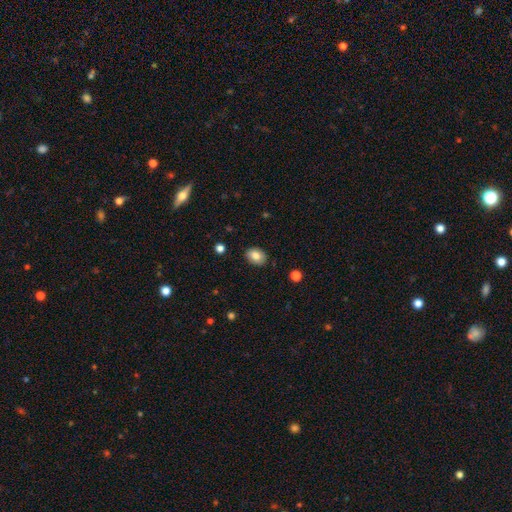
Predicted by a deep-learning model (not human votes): Smooth or featured: smooth — 83% (featured or disk — 9%)
How rounded: in between — 70% (round — 29%)
Merging: none — 87% (minor disturbance — 9%)